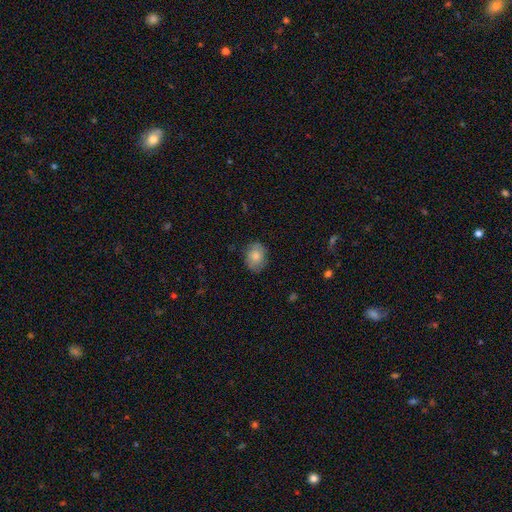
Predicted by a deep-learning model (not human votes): A smooth galaxy with no disk features (75%) that is in between round and cigar-shaped (62%). Merging: none (78%).